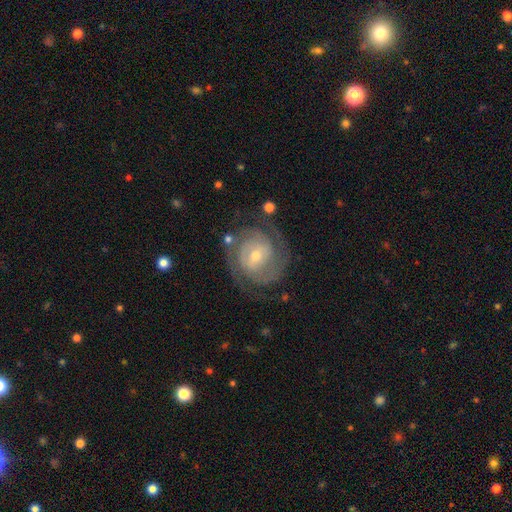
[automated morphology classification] Q: Smooth or featured?
A: featured or disk (85%); runner-up: smooth (9%)
Q: Edge-on disk?
A: no (97%); runner-up: yes (3%)
Q: Bar?
A: weak (45%); runner-up: no (42%)
Q: Spiral arms?
A: yes (94%); runner-up: no (6%)
Q: Spiral winding?
A: tight (67%); runner-up: medium (26%)
Q: Spiral arm count?
A: 2 (57%); runner-up: can't tell (20%)
Q: Bulge size?
A: small (48%); runner-up: moderate (47%)
Q: Merging?
A: none (75%); runner-up: minor disturbance (15%)